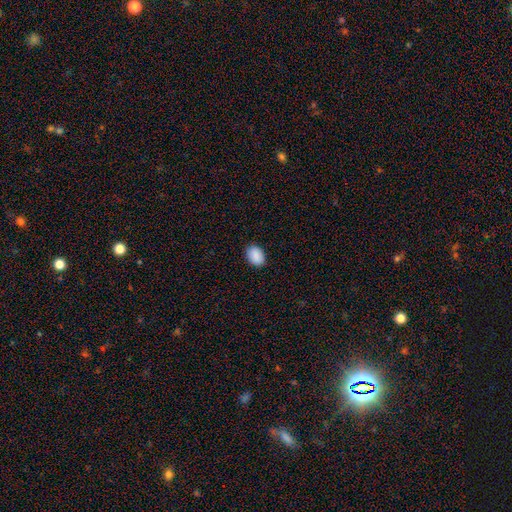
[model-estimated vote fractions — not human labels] Smooth or featured? Predicted: smooth (p=0.90). How rounded? Predicted: in between (p=0.83). Merging? Predicted: none (p=0.88).